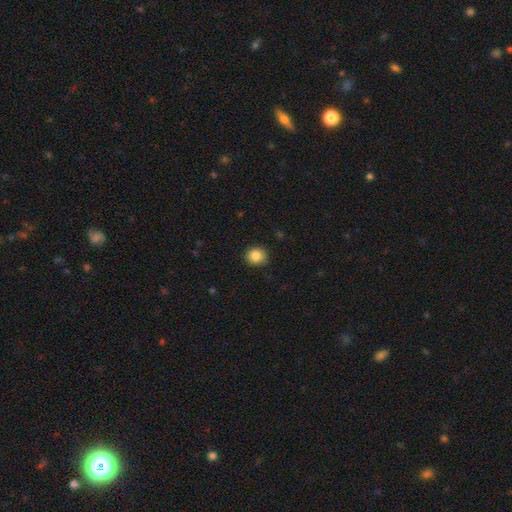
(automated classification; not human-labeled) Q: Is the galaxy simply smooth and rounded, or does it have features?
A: smooth — 86%.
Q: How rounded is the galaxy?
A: round — 84%.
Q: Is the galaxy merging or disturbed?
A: none — 88%.